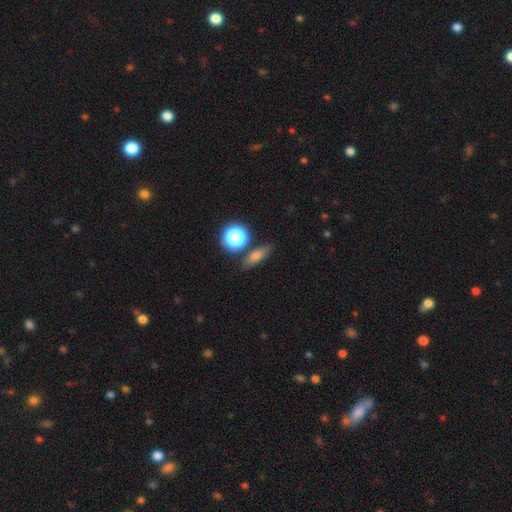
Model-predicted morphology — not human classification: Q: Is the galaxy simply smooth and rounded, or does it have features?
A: smooth — 61%.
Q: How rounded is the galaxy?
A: in between — 44%.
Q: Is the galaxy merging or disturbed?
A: none — 80%.